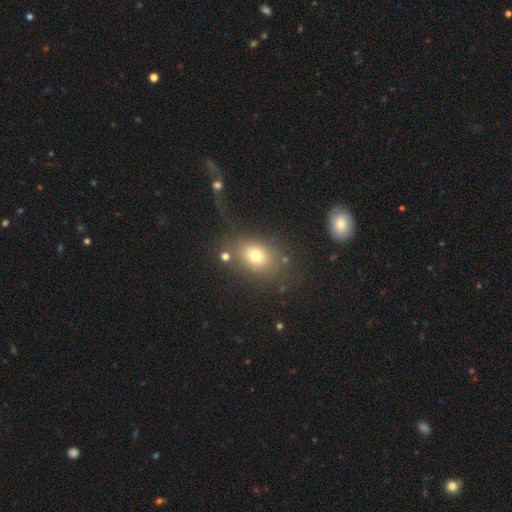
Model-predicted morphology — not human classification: Smooth or featured? Predicted: smooth (p=0.72). How rounded? Predicted: in between (p=0.55). Merging? Predicted: none (p=0.67).